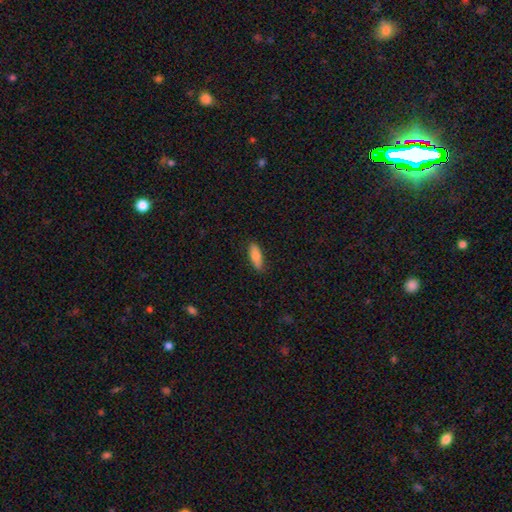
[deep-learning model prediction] smooth-or-featured: smooth: 78% | featured or disk: 16% | star or artifact: 6%
  how-rounded: in between: 62% | cigar-shaped: 35% | round: 2%
  merging: none: 84% | minor disturbance: 12% | major disturbance: 2% | merger: 1%